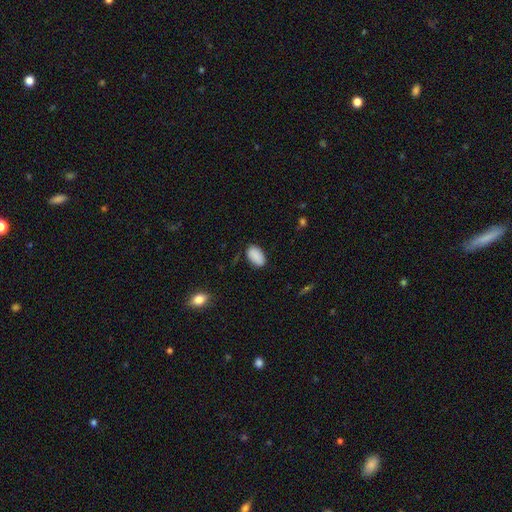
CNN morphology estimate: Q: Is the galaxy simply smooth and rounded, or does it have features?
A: smooth — 88%.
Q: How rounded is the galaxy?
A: in between — 94%.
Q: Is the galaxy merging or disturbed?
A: none — 82%.